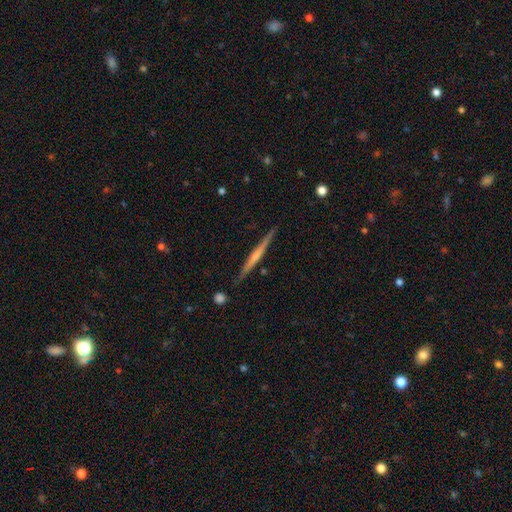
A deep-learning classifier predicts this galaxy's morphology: Smooth or featured: featured or disk — 63% (smooth — 31%)
Edge-on disk: yes — 98% (no — 2%)
Edge-on bulge: none — 50% (rounded — 40%)
Merging: none — 88% (minor disturbance — 9%)